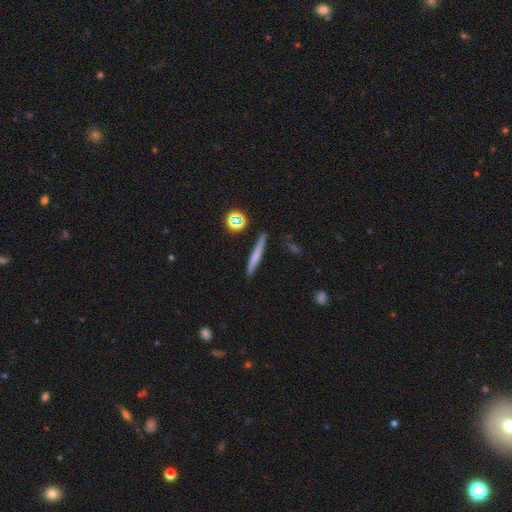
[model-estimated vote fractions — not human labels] A smooth galaxy with no disk features (60%) that is cigar-shaped (93%). Merging: none (87%).